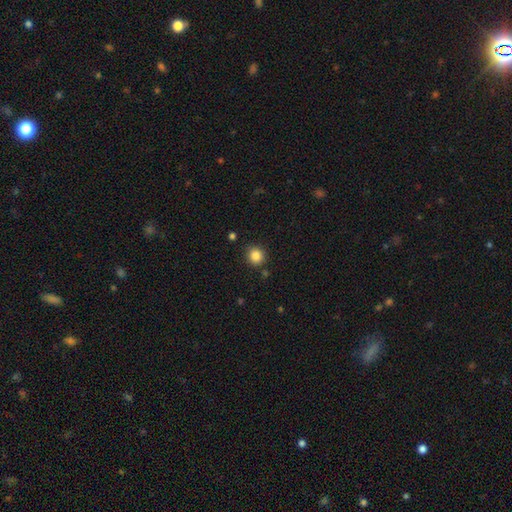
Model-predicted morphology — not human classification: A smooth galaxy with no disk features (85%) that is round (91%).

Vote fractions:
- Smooth or featured? smooth: 85% / star or artifact: 10% / featured or disk: 4%
- How rounded? round: 91% / in between: 9% / cigar-shaped: 1%
- Merging? none: 87% / minor disturbance: 8% / merger: 3% / major disturbance: 2%